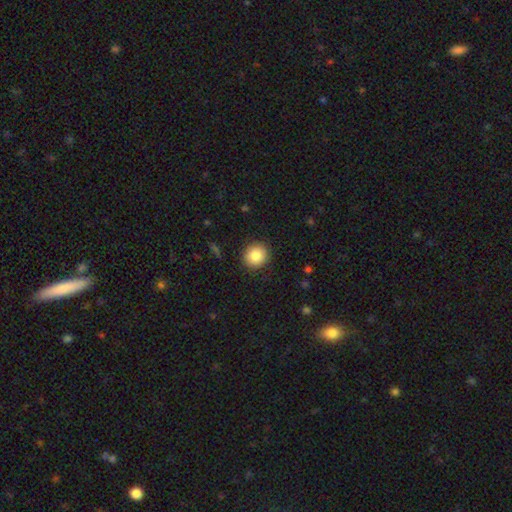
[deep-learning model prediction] This appears to be a smooth galaxy with no disk features (85%) that is round (85%). Merging: none (90%).